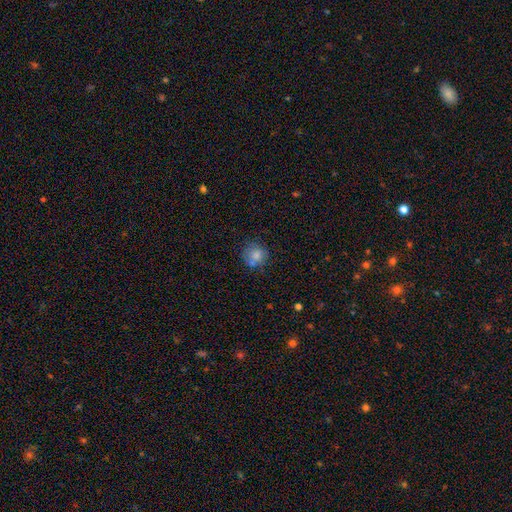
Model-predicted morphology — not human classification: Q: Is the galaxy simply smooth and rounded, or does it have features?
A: smooth — 80%.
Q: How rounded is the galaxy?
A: round — 87%.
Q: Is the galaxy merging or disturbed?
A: none — 69%.